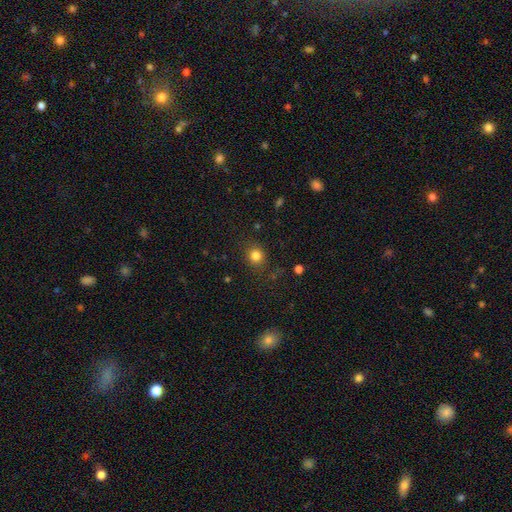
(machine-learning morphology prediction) Smooth or featured: smooth — 81% (star or artifact — 13%)
How rounded: round — 83% (in between — 16%)
Merging: none — 85% (minor disturbance — 10%)